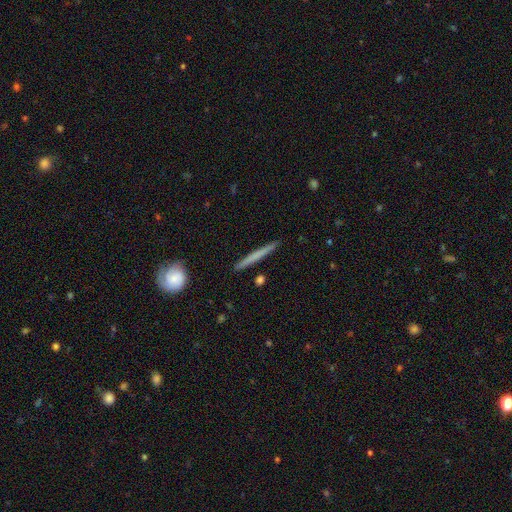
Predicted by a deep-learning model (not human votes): Q: Smooth or featured?
A: smooth (51%); runner-up: featured or disk (43%)
Q: How rounded?
A: cigar-shaped (96%); runner-up: round (2%)
Q: Merging?
A: none (91%); runner-up: minor disturbance (7%)